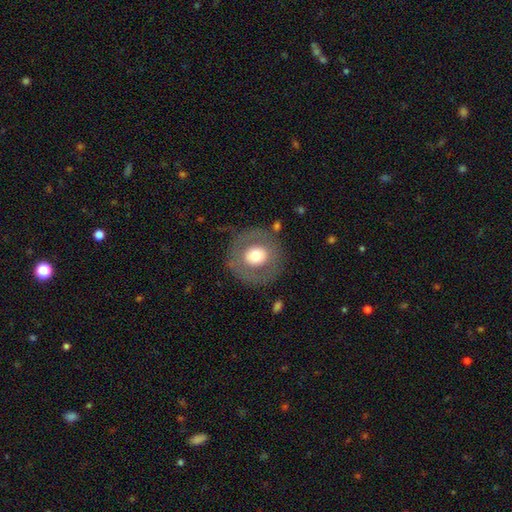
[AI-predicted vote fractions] smooth_or_featured: smooth (p=0.56) [alt: featured or disk p=0.36]
how_rounded: round (p=0.91) [alt: in between p=0.08]
merging: none (p=0.80) [alt: minor disturbance p=0.11]